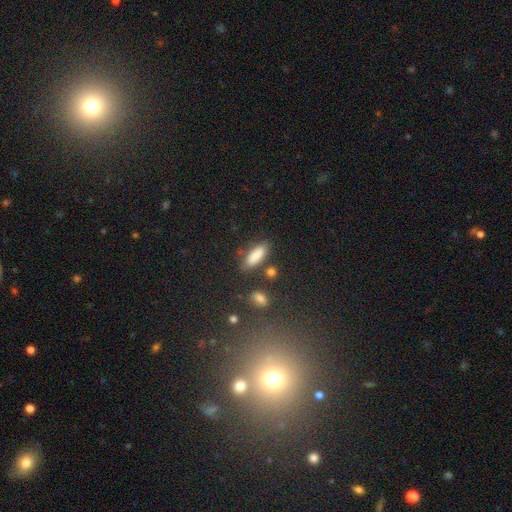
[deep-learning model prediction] Overall: smooth (85%). How rounded: in between (59%; cigar-shaped 38%). Merging: none (75%).